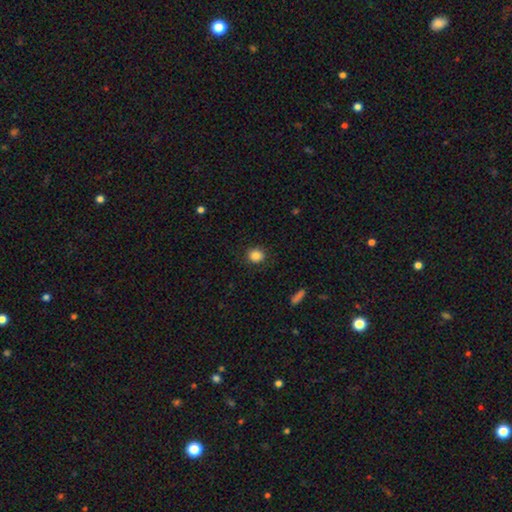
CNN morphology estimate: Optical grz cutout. It shows a smooth galaxy with no disk features (85%) that is round (80%). Merging: none (88%).